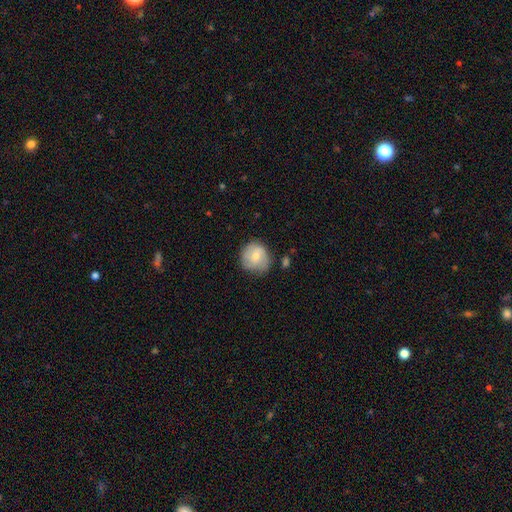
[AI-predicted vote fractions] smooth-or-featured: smooth: 64% | featured or disk: 29% | star or artifact: 7%
  how-rounded: round: 84% | in between: 15% | cigar-shaped: 1%
  merging: none: 64% | minor disturbance: 26% | major disturbance: 7% | merger: 3%